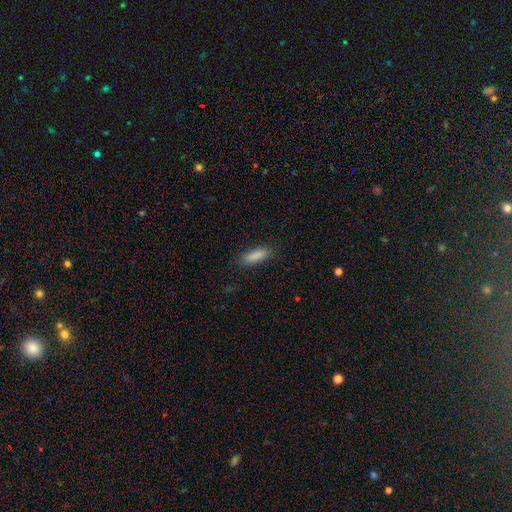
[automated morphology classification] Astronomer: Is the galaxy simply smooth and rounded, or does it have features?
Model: smooth — 88%.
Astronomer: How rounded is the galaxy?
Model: cigar-shaped — 52% (runner-up: in between, 47%).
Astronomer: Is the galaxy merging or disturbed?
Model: none — 85%.